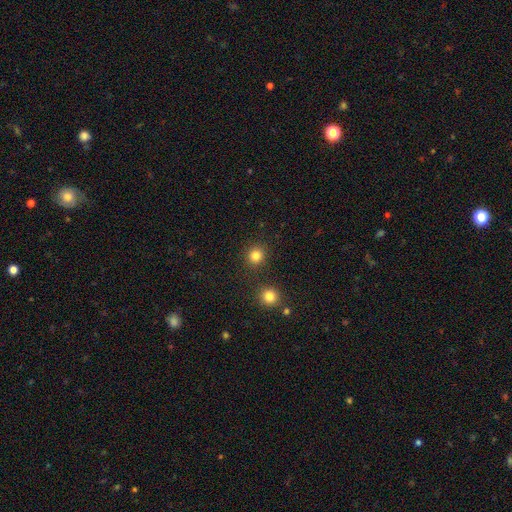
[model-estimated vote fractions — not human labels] smooth_or_featured: smooth (p=0.82) [alt: star or artifact p=0.13]
how_rounded: round (p=0.90) [alt: in between p=0.09]
merging: none (p=0.88) [alt: minor disturbance p=0.06]